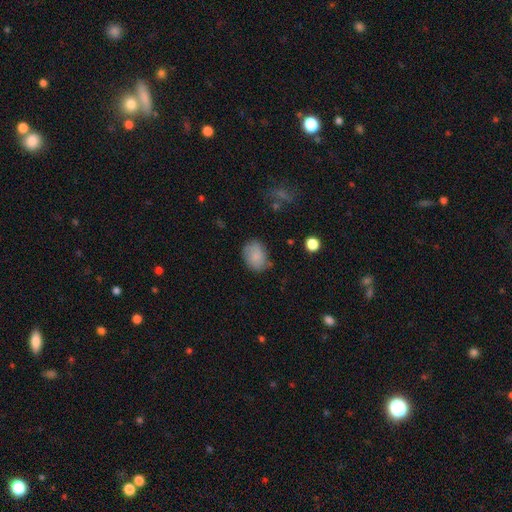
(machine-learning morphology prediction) smooth_or_featured: smooth (p=0.83) [alt: featured or disk p=0.09]
how_rounded: in between (p=0.68) [alt: round p=0.31]
merging: none (p=0.68) [alt: minor disturbance p=0.24]